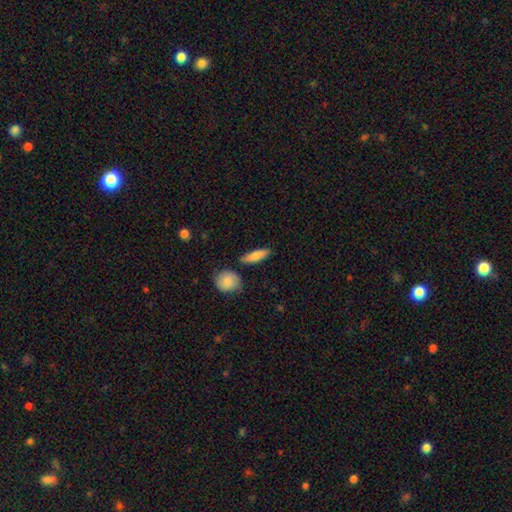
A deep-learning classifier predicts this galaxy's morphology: Smooth or featured? smooth (78%)
How rounded? cigar-shaped (55%)
Merging? none (82%)